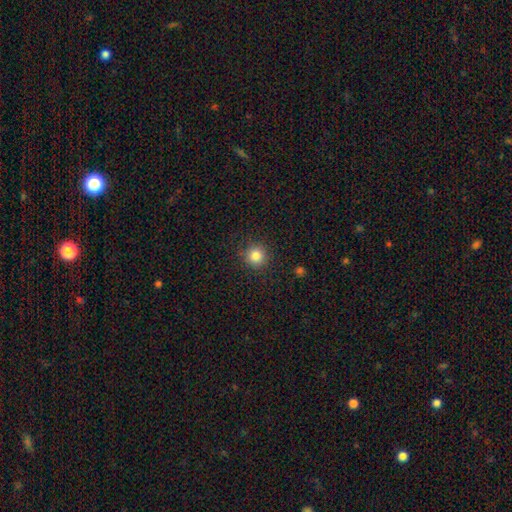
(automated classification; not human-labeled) Smooth or featured? Predicted: smooth (p=0.83). How rounded? Predicted: round (p=0.94). Merging? Predicted: none (p=0.89).